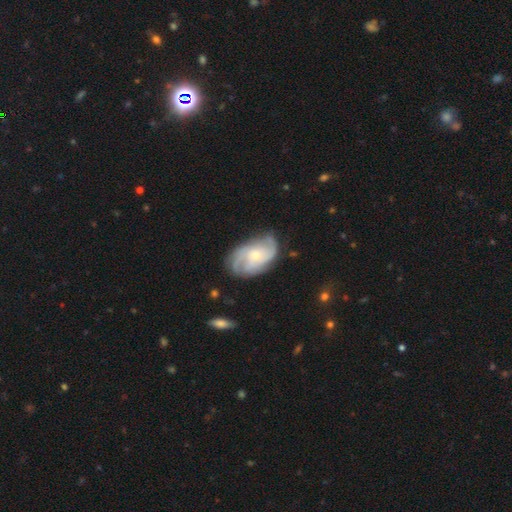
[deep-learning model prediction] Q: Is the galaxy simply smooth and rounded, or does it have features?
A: featured or disk — 77%.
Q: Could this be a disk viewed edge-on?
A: no — 97%.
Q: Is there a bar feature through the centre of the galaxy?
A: no — 71%.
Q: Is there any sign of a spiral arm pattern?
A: yes — 92%.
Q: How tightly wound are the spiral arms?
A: medium — 43%.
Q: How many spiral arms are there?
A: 2 — 36%.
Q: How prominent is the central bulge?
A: small — 60%.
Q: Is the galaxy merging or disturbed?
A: none — 66%.